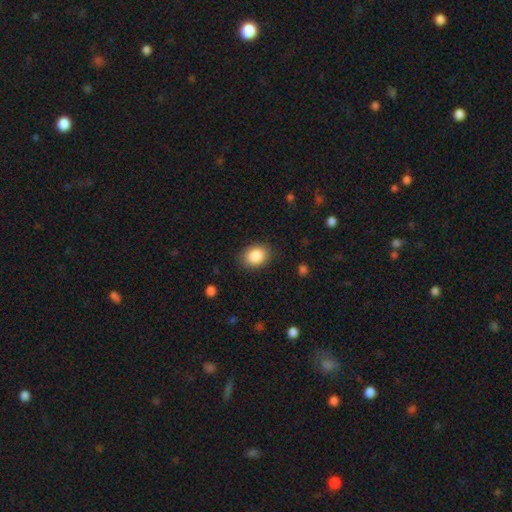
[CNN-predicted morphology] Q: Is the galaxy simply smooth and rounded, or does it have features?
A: smooth — 87%.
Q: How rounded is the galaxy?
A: in between — 65%.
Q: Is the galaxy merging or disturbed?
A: none — 86%.